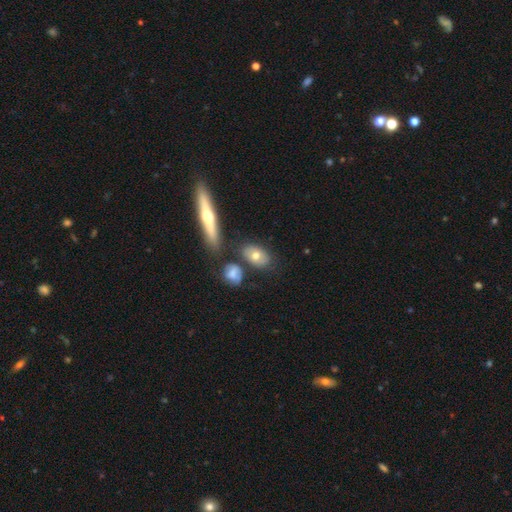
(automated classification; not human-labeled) featured or disk 50%, smooth 35%, star or artifact 16%. Down the decision tree: merging — none (68%).